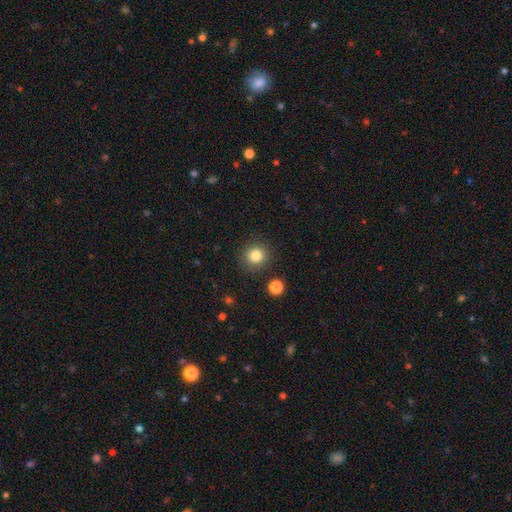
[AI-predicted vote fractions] Morphology: type=smooth (83%); roundness=round (93%); merging=none (88%).